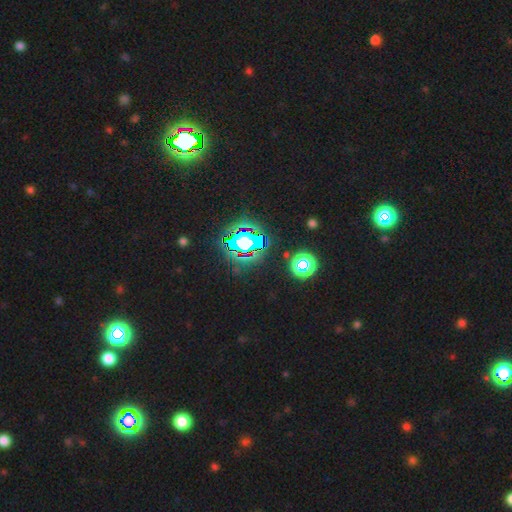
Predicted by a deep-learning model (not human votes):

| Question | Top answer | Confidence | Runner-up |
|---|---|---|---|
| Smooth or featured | star or artifact | 81% | smooth (12%) |